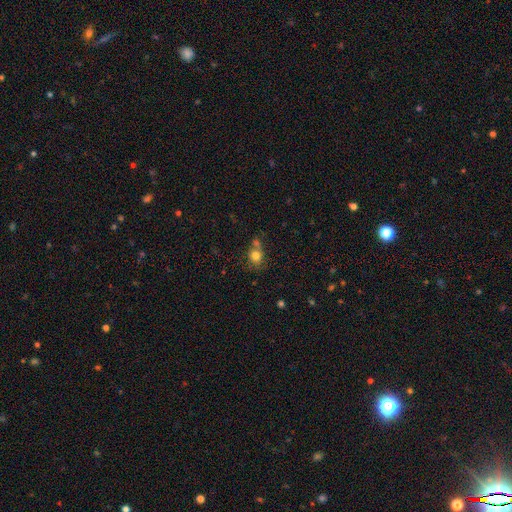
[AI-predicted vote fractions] Smooth or featured? Predicted: smooth (p=0.77). How rounded? Predicted: round (p=0.71). Merging? Predicted: none (p=0.46).